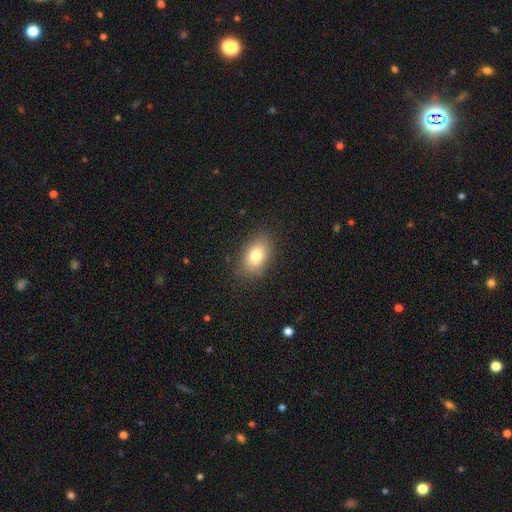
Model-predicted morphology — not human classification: A smooth galaxy with no disk features (80%) that is in between round and cigar-shaped (87%).

Vote fractions:
- Smooth or featured? smooth: 80% / featured or disk: 11% / star or artifact: 9%
- How rounded? in between: 87% / round: 11% / cigar-shaped: 2%
- Merging? none: 84% / minor disturbance: 12% / major disturbance: 4% / merger: 1%